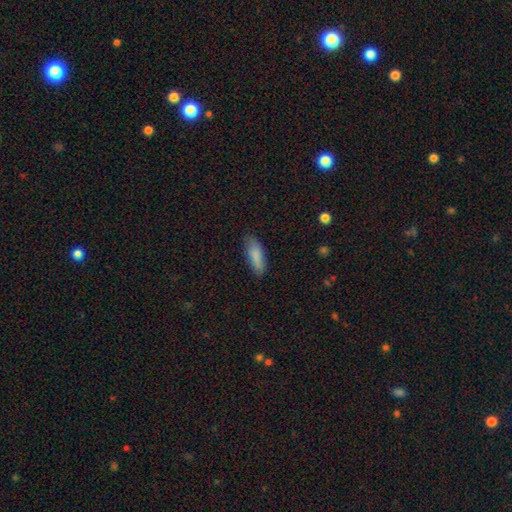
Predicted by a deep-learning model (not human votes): smooth-or-featured: smooth: 86% | featured or disk: 8% | star or artifact: 7%
  how-rounded: in between: 63% | cigar-shaped: 35% | round: 2%
  merging: none: 79% | minor disturbance: 16% | major disturbance: 3% | merger: 1%